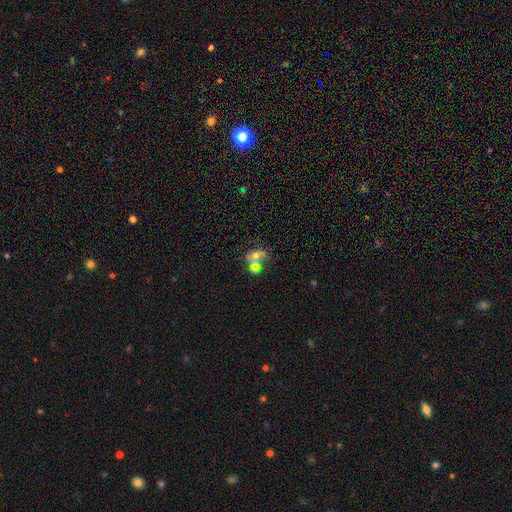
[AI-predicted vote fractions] smooth-or-featured: smooth: 47% | featured or disk: 40% | star or artifact: 14%
  merging: merger: 60% | none: 20% | major disturbance: 10% | minor disturbance: 9%